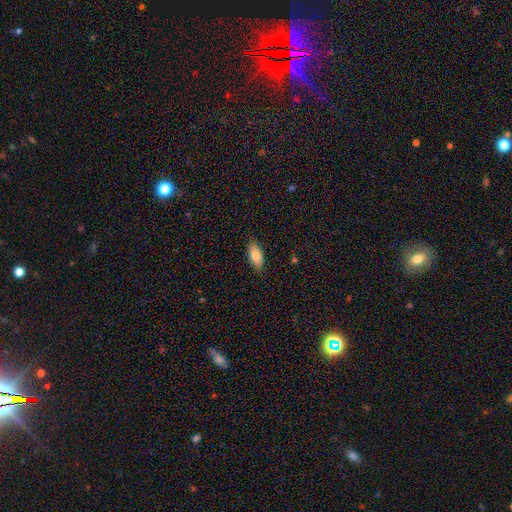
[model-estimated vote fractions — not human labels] A smooth galaxy with no disk features (83%) that is in between round and cigar-shaped (88%). Merging: none (87%).